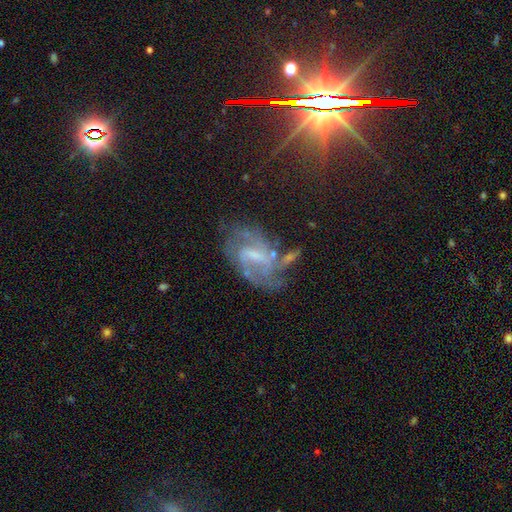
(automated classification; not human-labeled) Q: Smooth or featured?
A: featured or disk (77%); runner-up: smooth (12%)
Q: Edge-on disk?
A: no (96%); runner-up: yes (4%)
Q: Bar?
A: weak (53%); runner-up: strong (25%)
Q: Spiral arms?
A: yes (87%); runner-up: no (13%)
Q: Spiral winding?
A: medium (47%); runner-up: tight (30%)
Q: Spiral arm count?
A: 2 (45%); runner-up: can't tell (29%)
Q: Bulge size?
A: small (41%); runner-up: moderate (31%)
Q: Merging?
A: none (46%); runner-up: minor disturbance (23%)